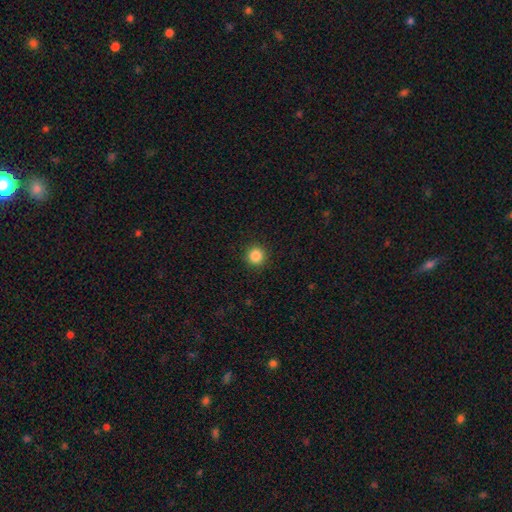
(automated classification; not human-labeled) Smooth or featured? smooth (87%)
How rounded? round (94%)
Merging? none (92%)